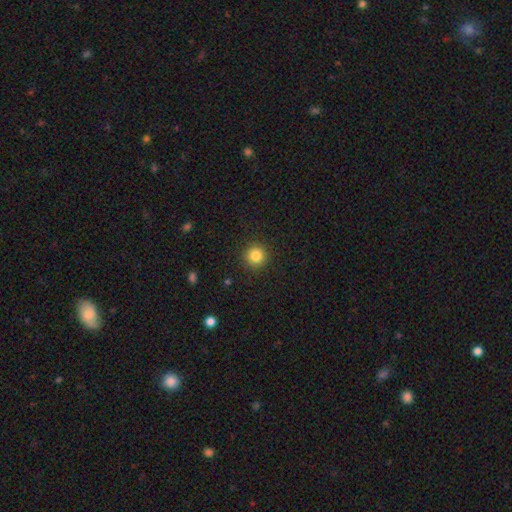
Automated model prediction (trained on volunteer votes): Q: Smooth or featured?
A: smooth (84%); runner-up: star or artifact (11%)
Q: How rounded?
A: round (95%); runner-up: in between (5%)
Q: Merging?
A: none (91%); runner-up: minor disturbance (6%)